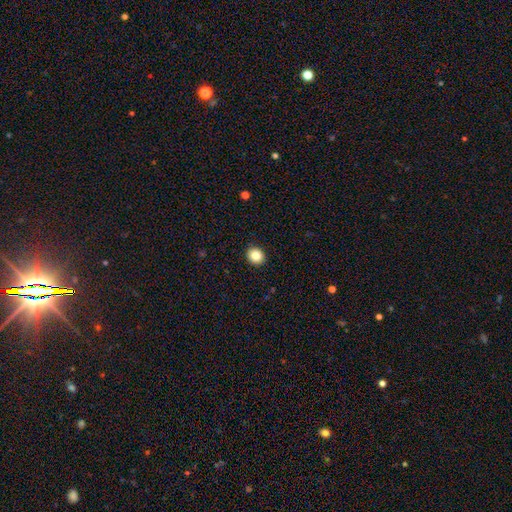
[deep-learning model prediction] A smooth galaxy with no disk features (84%) that is round (73%). Merging: none (92%).